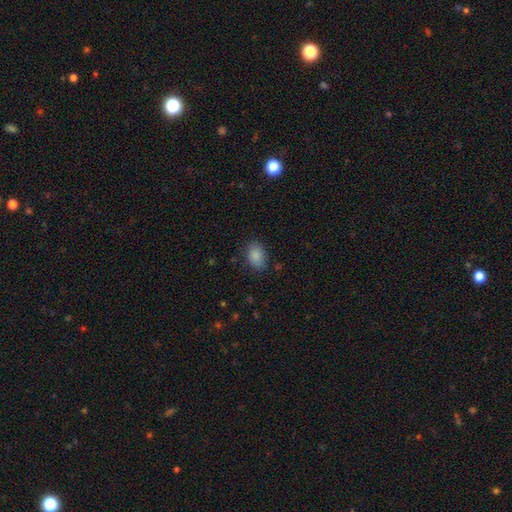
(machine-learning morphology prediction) smooth-or-featured: smooth: 87% | star or artifact: 8% | featured or disk: 4%
  how-rounded: in between: 86% | round: 13% | cigar-shaped: 1%
  merging: none: 80% | minor disturbance: 15% | major disturbance: 4% | merger: 1%